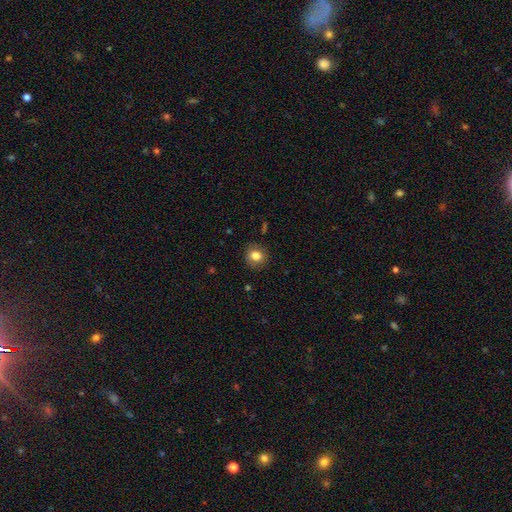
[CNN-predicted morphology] A smooth galaxy with no disk features (81%) that is round (75%).

Vote fractions:
- Smooth or featured? smooth: 81% / star or artifact: 10% / featured or disk: 9%
- How rounded? round: 75% / in between: 24% / cigar-shaped: 1%
- Merging? none: 86% / minor disturbance: 10% / major disturbance: 3% / merger: 1%